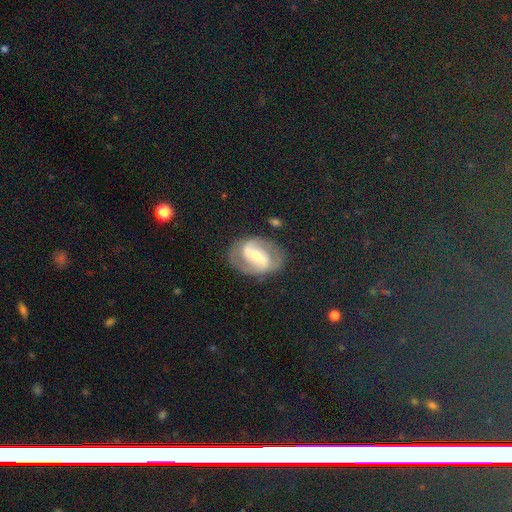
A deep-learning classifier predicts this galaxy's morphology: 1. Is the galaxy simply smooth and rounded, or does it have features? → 78% featured or disk, 15% smooth, 7% star or artifact.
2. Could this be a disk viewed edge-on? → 96% no, 4% yes.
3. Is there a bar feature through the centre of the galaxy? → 57% strong, 30% weak, 13% no.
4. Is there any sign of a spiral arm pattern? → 83% yes, 17% no.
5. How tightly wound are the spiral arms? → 47% medium, 34% tight, 19% loose.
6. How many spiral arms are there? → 87% 2, 8% can't tell, 2% 1, 1% 3, 1% 4, 1% more than 4.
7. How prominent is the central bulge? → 48% small, 41% moderate, 6% large, 3% none, 2% dominant.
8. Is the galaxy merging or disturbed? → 75% none, 15% minor disturbance, 8% major disturbance, 2% merger.